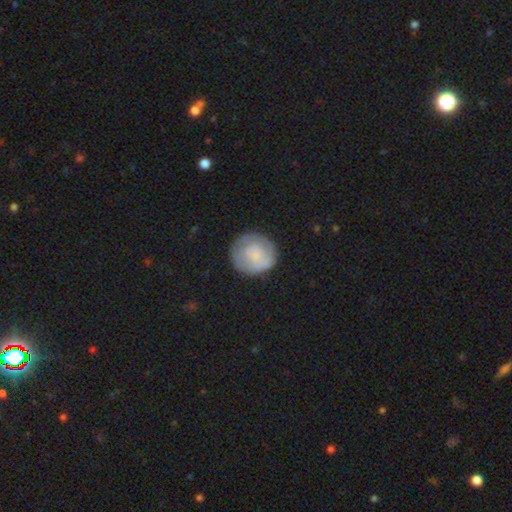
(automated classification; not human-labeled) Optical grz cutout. It shows a smooth galaxy with no disk features (61%) that is round (90%). Merging: none (75%).